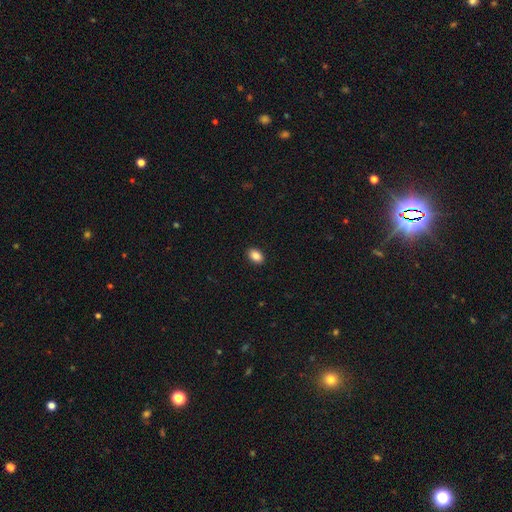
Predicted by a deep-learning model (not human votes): smooth 88%, star or artifact 8%, featured or disk 4%. Down the decision tree: how rounded — in between (84%); merging — none (91%).